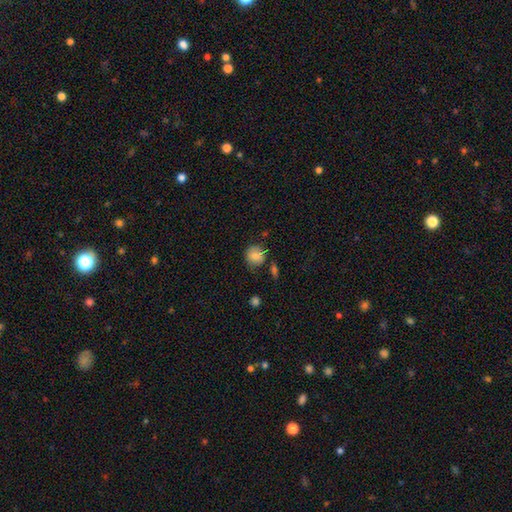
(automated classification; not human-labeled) Q: Smooth or featured?
A: smooth (83%); runner-up: star or artifact (9%)
Q: How rounded?
A: round (84%); runner-up: in between (15%)
Q: Merging?
A: none (70%); runner-up: minor disturbance (20%)